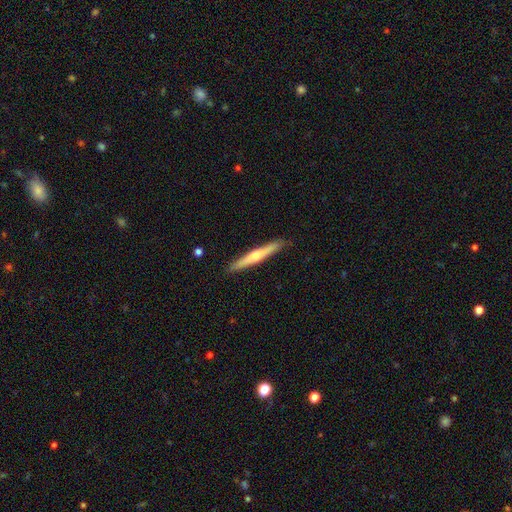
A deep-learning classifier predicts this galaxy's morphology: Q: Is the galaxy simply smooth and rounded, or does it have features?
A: featured or disk — 56%.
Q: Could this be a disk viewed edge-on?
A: yes — 96%.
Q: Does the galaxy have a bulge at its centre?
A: rounded — 80%.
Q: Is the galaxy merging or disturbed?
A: none — 90%.